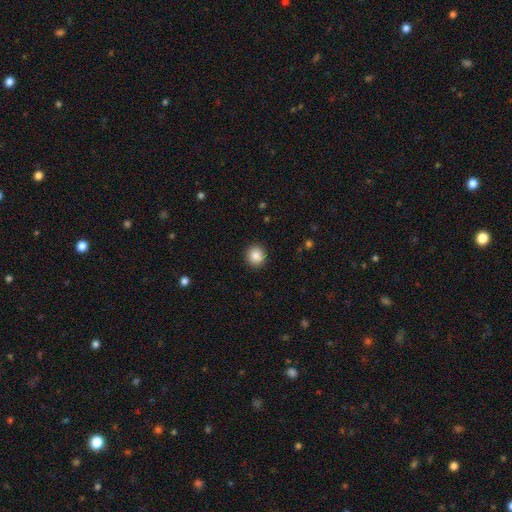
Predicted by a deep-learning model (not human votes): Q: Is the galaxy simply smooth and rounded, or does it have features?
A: smooth — 87%.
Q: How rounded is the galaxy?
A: round — 92%.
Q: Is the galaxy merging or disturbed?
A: none — 92%.